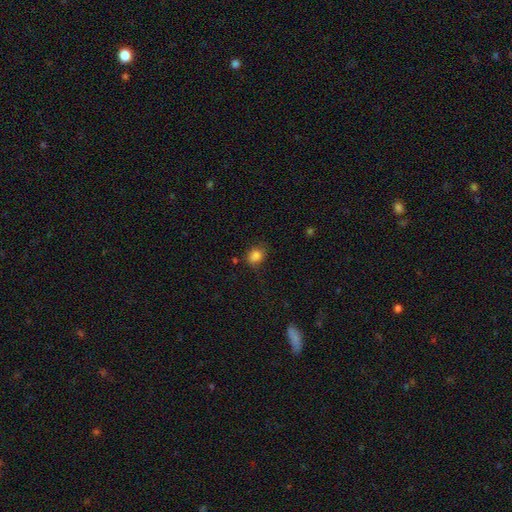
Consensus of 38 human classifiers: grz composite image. It shows a smooth galaxy with no disk features (92%) that is round (60%). Merging: none (64%).